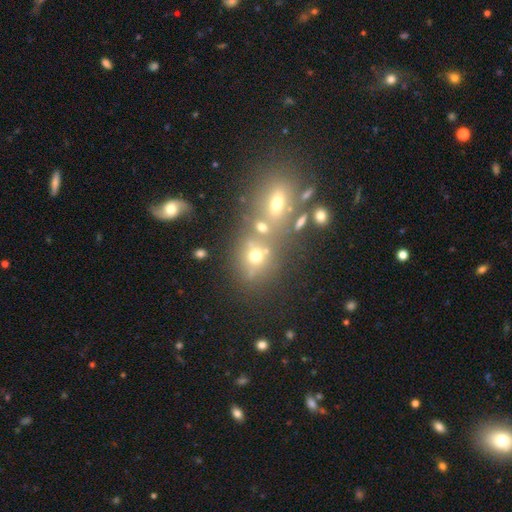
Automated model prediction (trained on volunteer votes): A smooth galaxy with no disk features (61%) that is round (69%).

Vote fractions:
- Smooth or featured? smooth: 61% / star or artifact: 22% / featured or disk: 17%
- How rounded? round: 69% / in between: 29% / cigar-shaped: 2%
- Merging? none: 46% / merger: 40% / minor disturbance: 9% / major disturbance: 5%